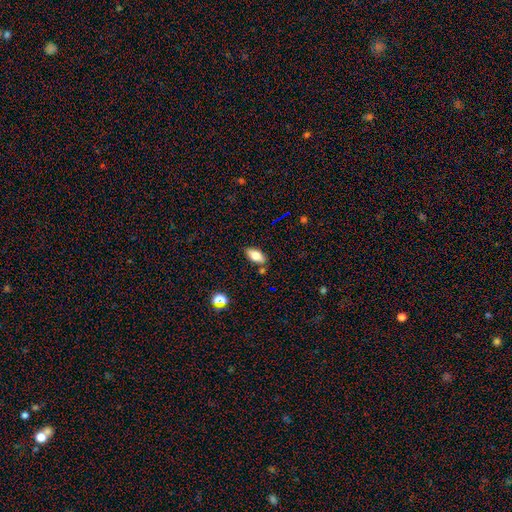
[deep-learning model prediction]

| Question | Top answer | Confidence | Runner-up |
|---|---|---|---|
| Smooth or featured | smooth | 75% | featured or disk (16%) |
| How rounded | in between | 89% | cigar-shaped (7%) |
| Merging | none | 79% | minor disturbance (13%) |